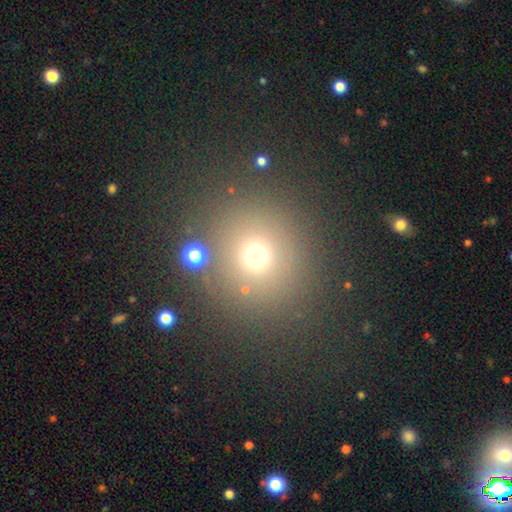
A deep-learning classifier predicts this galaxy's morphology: Smooth or featured?
  - smooth: 67% *
  - star or artifact: 24%
  - featured or disk: 9%
How rounded?
  - round: 90% *
  - in between: 9%
  - cigar-shaped: 1%
Merging?
  - none: 83% *
  - minor disturbance: 8%
  - merger: 5%
  - major disturbance: 4%